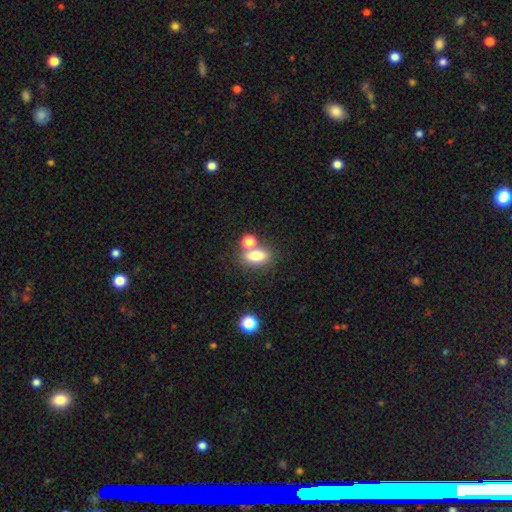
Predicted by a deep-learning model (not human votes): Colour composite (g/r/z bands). It shows a smooth galaxy with no disk features (75%) that is in between round and cigar-shaped (76%). Merging: none (54%).